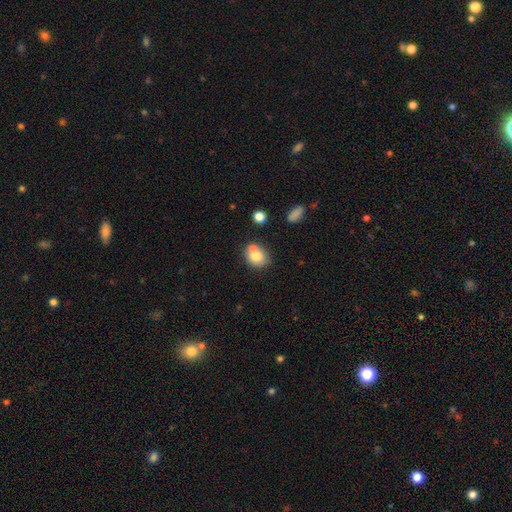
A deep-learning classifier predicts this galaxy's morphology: Smooth or featured: smooth — 77% (featured or disk — 14%)
How rounded: round — 55% (in between — 44%)
Merging: none — 51% (merger — 30%)